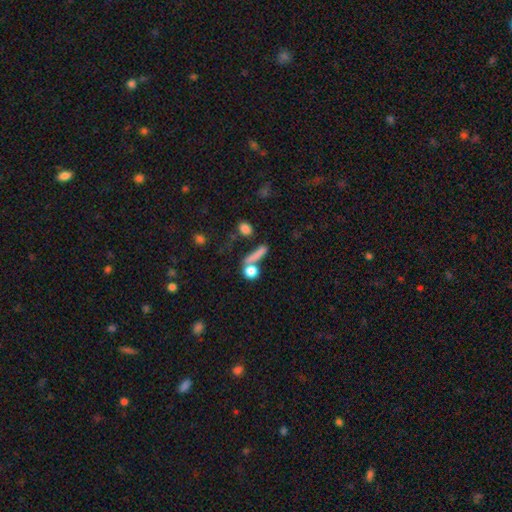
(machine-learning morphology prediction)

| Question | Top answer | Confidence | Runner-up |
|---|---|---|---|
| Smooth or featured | smooth | 71% | featured or disk (15%) |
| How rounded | cigar-shaped | 45% | round (33%) |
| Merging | none | 55% | merger (24%) |